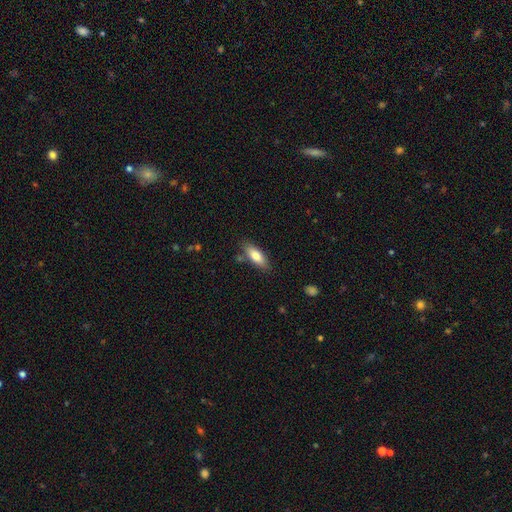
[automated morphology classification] Smooth or featured?
  - smooth: 79% *
  - featured or disk: 15%
  - star or artifact: 6%
How rounded?
  - in between: 70% *
  - cigar-shaped: 28%
  - round: 2%
Merging?
  - none: 80% *
  - minor disturbance: 13%
  - merger: 4%
  - major disturbance: 3%